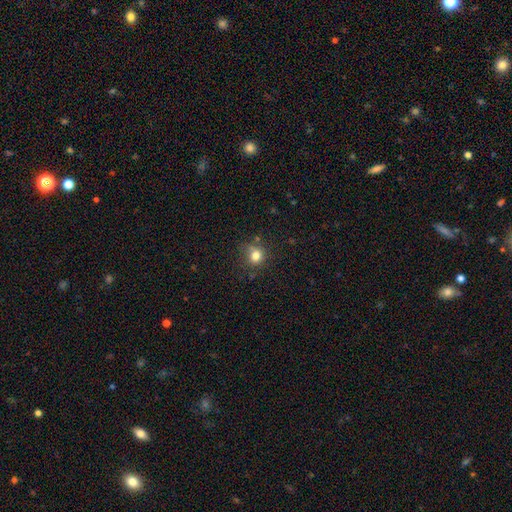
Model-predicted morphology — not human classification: This appears to be a smooth galaxy with no disk features (79%) that is round (82%). Merging: none (68%).